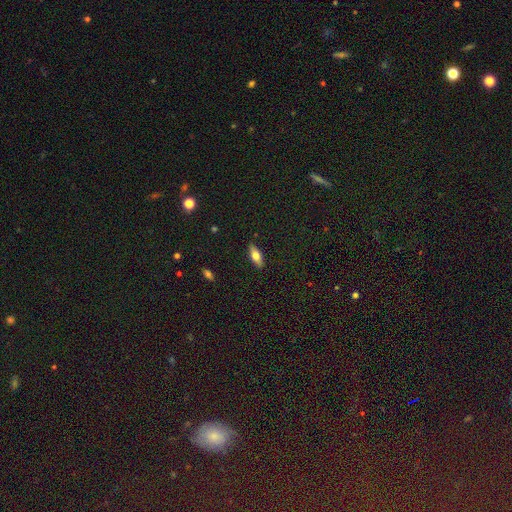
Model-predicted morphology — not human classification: Overall: smooth (65%; featured or disk 28%). How rounded: in between (72%). Merging: none (89%).